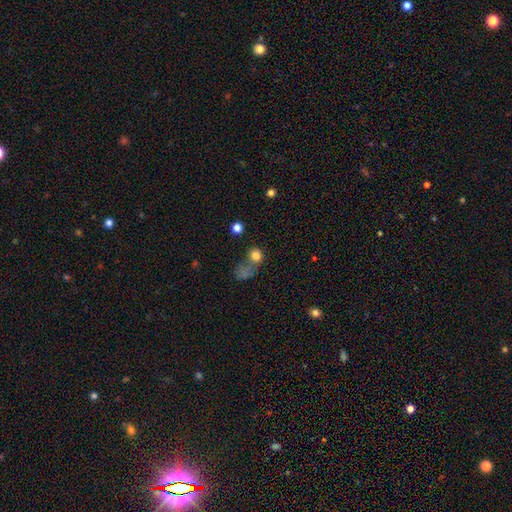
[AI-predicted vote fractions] A smooth galaxy with no disk features (76%) that is round (79%).

Vote fractions:
- Smooth or featured? smooth: 76% / star or artifact: 14% / featured or disk: 10%
- How rounded? round: 79% / in between: 19% / cigar-shaped: 1%
- Merging? none: 42% / merger: 28% / major disturbance: 17% / minor disturbance: 13%